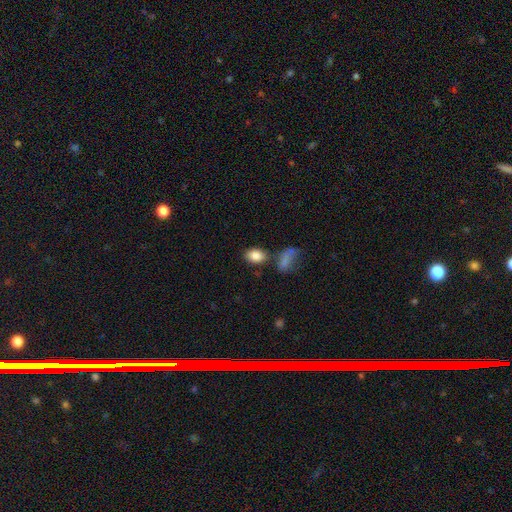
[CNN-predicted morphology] Smooth or featured? smooth (86%)
How rounded? in between (85%)
Merging? none (68%)